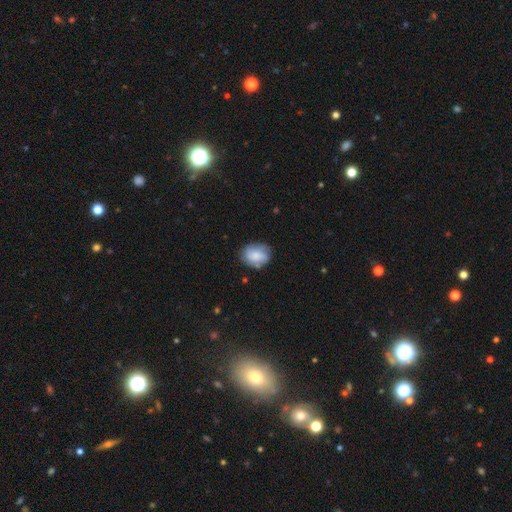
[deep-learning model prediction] Smooth or featured? Predicted: smooth (p=0.66). How rounded? Predicted: in between (p=0.55). Merging? Predicted: none (p=0.70).